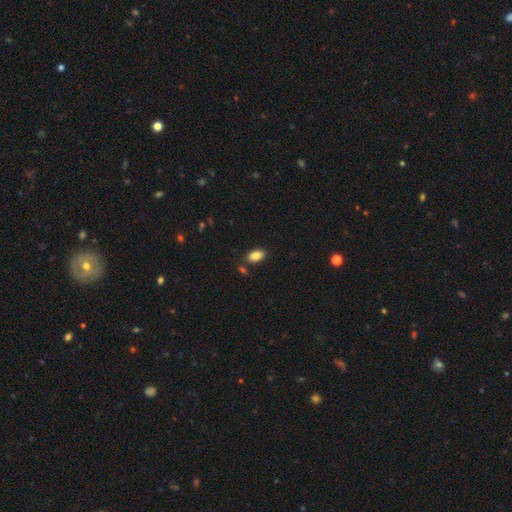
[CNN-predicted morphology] smooth 85%, star or artifact 8%, featured or disk 6%. Down the decision tree: how rounded — in between (93%); merging — none (82%).